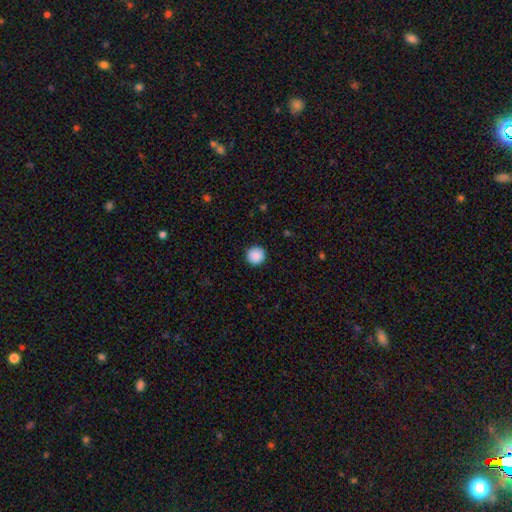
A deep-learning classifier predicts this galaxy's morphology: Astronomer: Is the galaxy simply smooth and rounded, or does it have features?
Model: smooth — 89%.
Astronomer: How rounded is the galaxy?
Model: round — 95%.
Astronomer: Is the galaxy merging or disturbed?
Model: none — 92%.